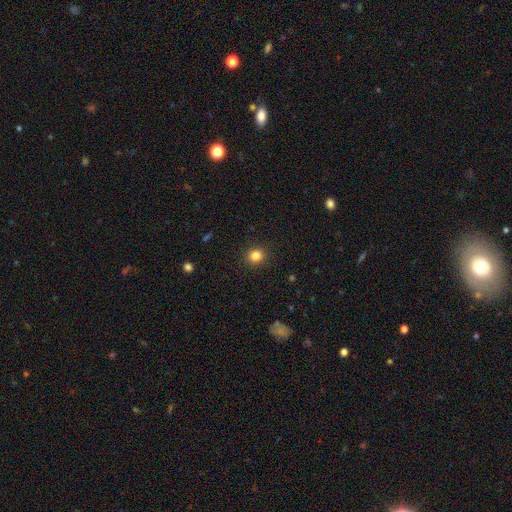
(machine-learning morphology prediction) Smooth or featured? Predicted: smooth (p=0.83). How rounded? Predicted: round (p=0.86). Merging? Predicted: none (p=0.91).